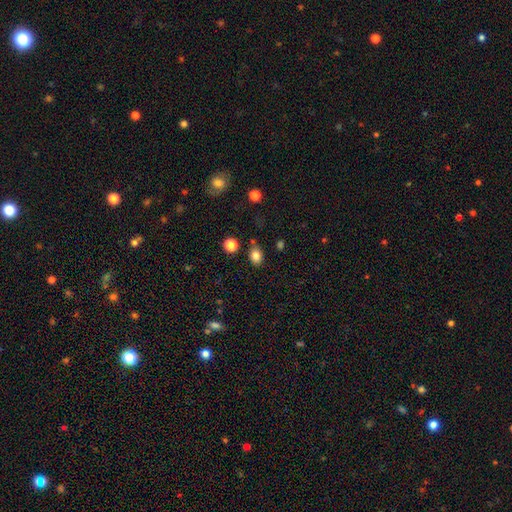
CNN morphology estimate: smooth-or-featured: smooth: 82% | star or artifact: 11% | featured or disk: 7%
  how-rounded: in between: 60% | round: 39% | cigar-shaped: 1%
  merging: none: 78% | minor disturbance: 13% | merger: 5% | major disturbance: 3%